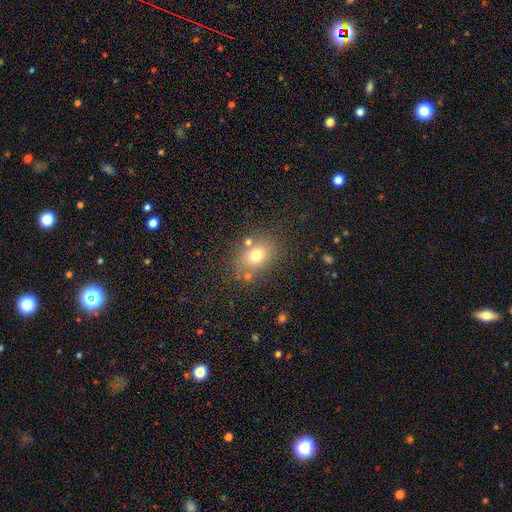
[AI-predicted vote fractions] smooth_or_featured: smooth (p=0.71) [alt: featured or disk p=0.16]
how_rounded: in between (p=0.57) [alt: round p=0.42]
merging: none (p=0.70) [alt: minor disturbance p=0.14]